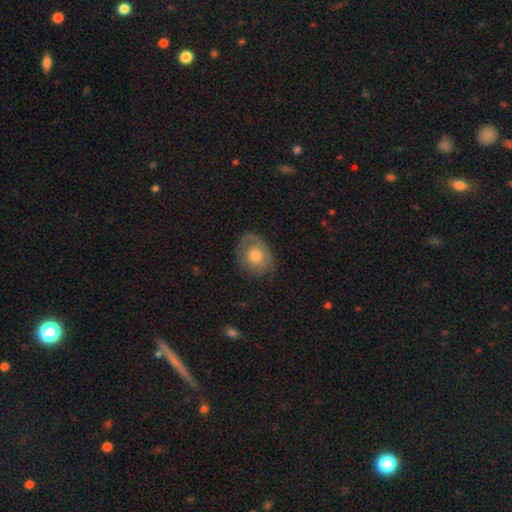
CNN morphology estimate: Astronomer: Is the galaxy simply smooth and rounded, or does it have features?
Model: smooth — 56% (runner-up: featured or disk, 36%).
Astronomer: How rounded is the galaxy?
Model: round — 52% (runner-up: in between, 46%).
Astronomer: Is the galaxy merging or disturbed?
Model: none — 71%.